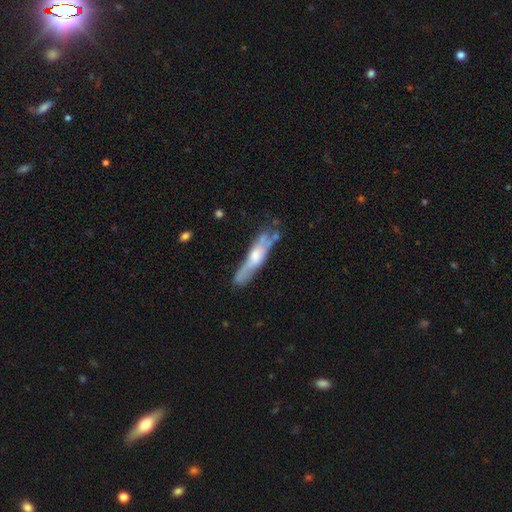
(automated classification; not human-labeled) smooth-or-featured: featured or disk: 60% | smooth: 33% | star or artifact: 7%
  disk-edge-on: yes: 67% | no: 33%
  merging: none: 54% | minor disturbance: 27% | major disturbance: 11% | merger: 8%